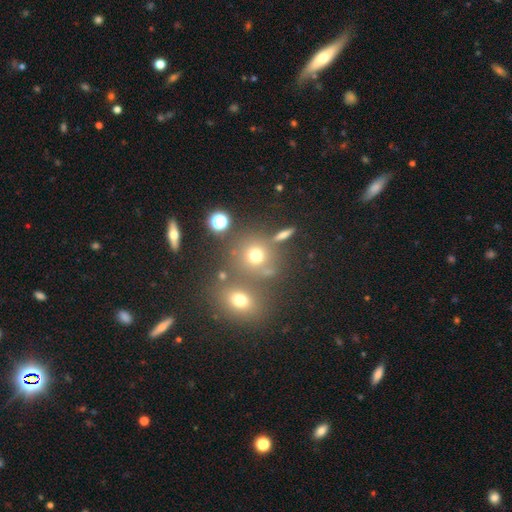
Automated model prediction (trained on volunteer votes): This appears to be a smooth galaxy with no disk features (66%) that is round (86%). Merging: none (66%).